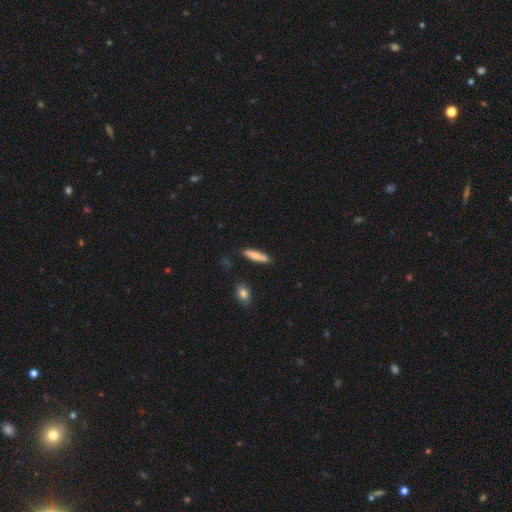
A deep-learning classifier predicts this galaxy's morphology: Q: Smooth or featured?
A: smooth (81%); runner-up: featured or disk (13%)
Q: How rounded?
A: cigar-shaped (79%); runner-up: in between (19%)
Q: Merging?
A: none (82%); runner-up: minor disturbance (13%)